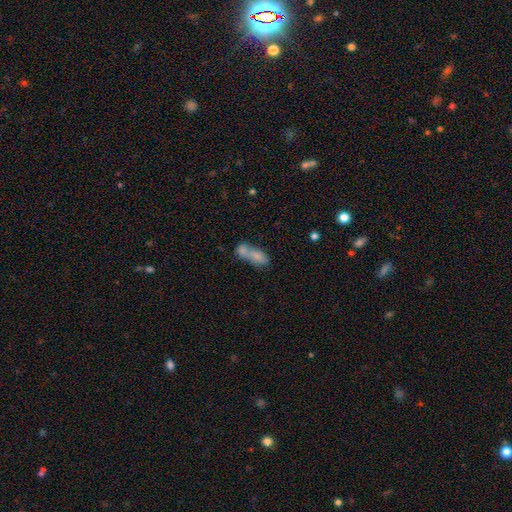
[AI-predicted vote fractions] smooth 73%, featured or disk 18%, star or artifact 9%. Down the decision tree: how rounded — in between (73%); merging — merger (65%).